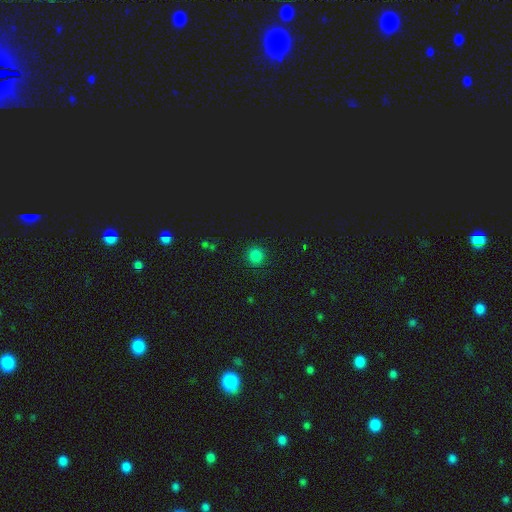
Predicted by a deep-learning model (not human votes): Smooth or featured: smooth — 81% (star or artifact — 15%)
How rounded: round — 93% (in between — 6%)
Merging: none — 91% (minor disturbance — 6%)